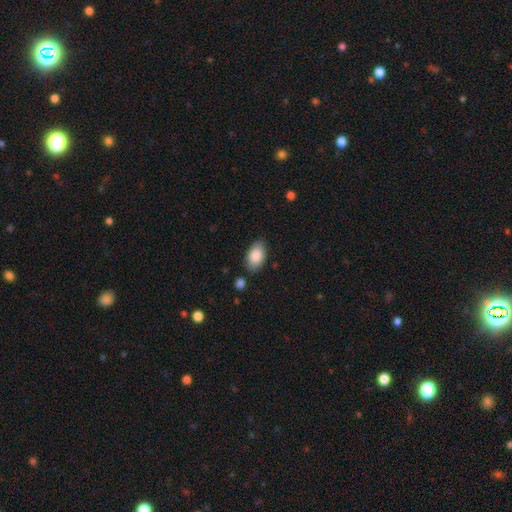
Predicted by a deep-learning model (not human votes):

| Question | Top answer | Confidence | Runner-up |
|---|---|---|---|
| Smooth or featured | smooth | 88% | star or artifact (6%) |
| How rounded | in between | 93% | round (5%) |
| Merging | none | 81% | minor disturbance (13%) |